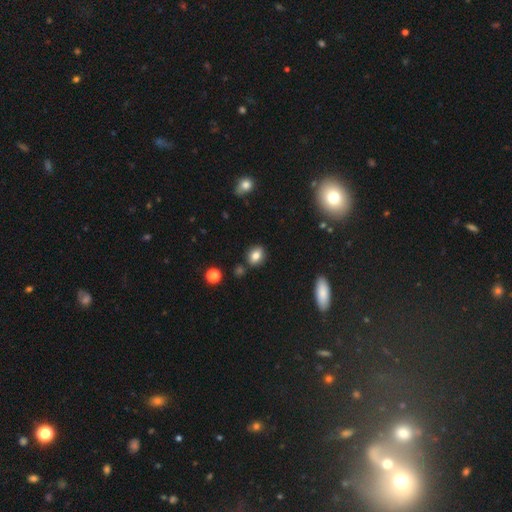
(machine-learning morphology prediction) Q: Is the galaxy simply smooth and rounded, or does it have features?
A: smooth — 81%.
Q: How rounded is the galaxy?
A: in between — 63%.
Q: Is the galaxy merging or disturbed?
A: none — 81%.